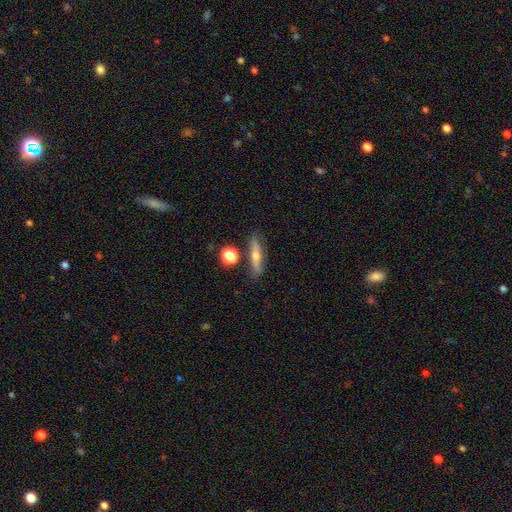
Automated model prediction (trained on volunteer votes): Q: Smooth or featured?
A: featured or disk (50%); runner-up: smooth (41%)
Q: Edge-on disk?
A: yes (77%); runner-up: no (23%)
Q: Merging?
A: none (80%); runner-up: minor disturbance (12%)